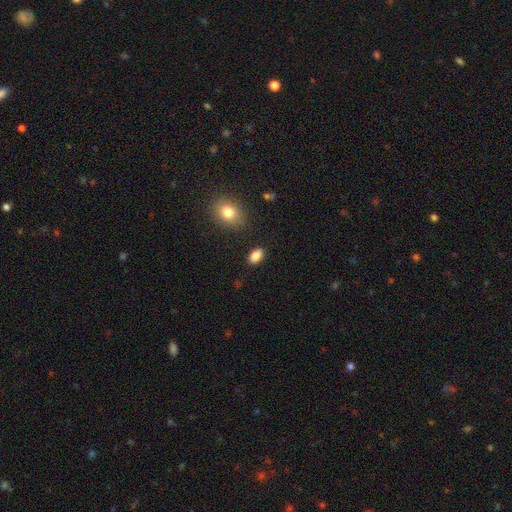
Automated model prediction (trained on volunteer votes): Morphology: type=smooth (87%); roundness=in between (90%); merging=none (87%).